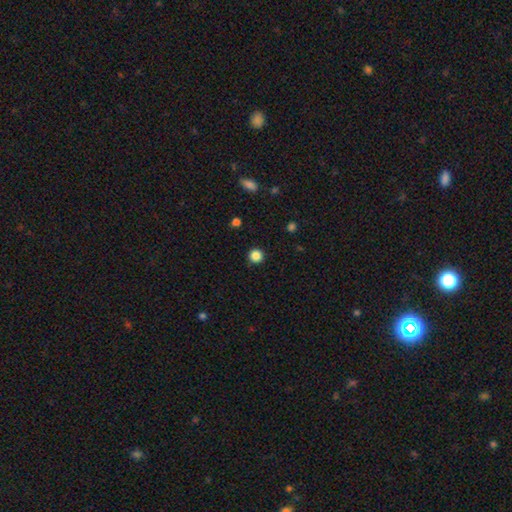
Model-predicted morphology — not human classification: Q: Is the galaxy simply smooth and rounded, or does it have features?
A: smooth — 86%.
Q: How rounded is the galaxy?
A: round — 95%.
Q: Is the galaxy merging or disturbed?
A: none — 92%.